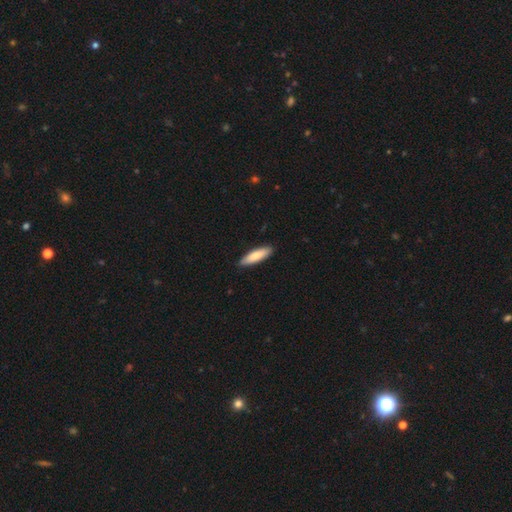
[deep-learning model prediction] smooth_or_featured: smooth (p=0.81) [alt: featured or disk p=0.14]
how_rounded: cigar-shaped (p=0.62) [alt: in between p=0.37]
merging: none (p=0.88) [alt: minor disturbance p=0.09]